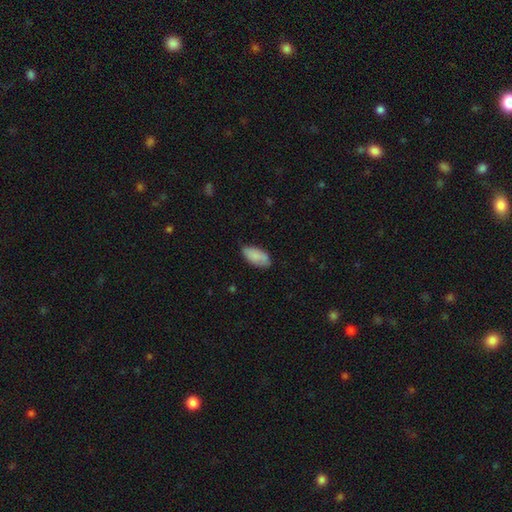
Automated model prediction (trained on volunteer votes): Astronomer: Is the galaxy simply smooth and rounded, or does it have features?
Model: smooth — 84%.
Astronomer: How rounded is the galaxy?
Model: in between — 93%.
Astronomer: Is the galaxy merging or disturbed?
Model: none — 74%.